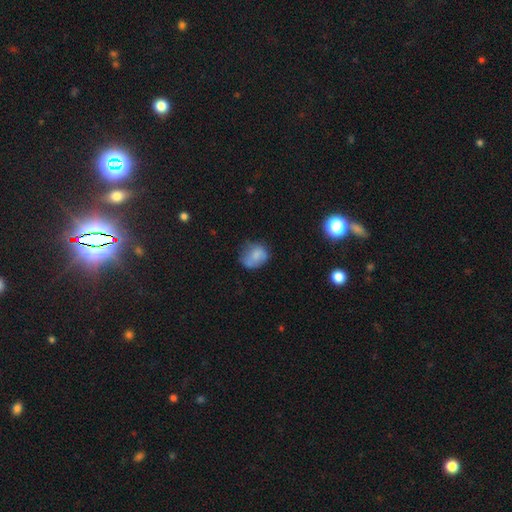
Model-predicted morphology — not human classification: The model was most divided on "how rounded": round: 54%, in between: 45%, cigar-shaped: 1%. Remaining: smooth or featured — smooth (74%); merging — none (46%).